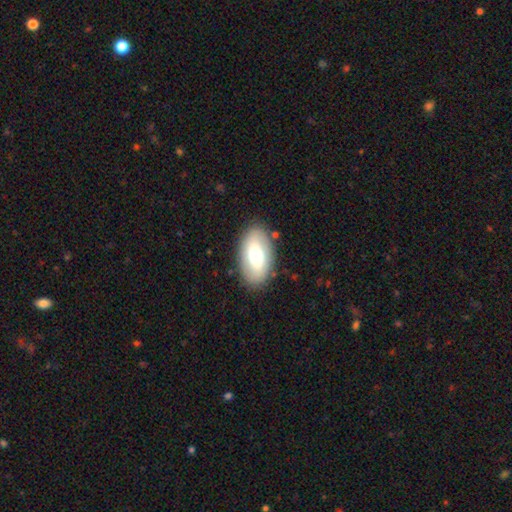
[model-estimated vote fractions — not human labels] Smooth or featured?
  - smooth: 63% *
  - featured or disk: 31%
  - star or artifact: 6%
How rounded?
  - in between: 94% *
  - round: 4%
  - cigar-shaped: 2%
Merging?
  - none: 86% *
  - minor disturbance: 10%
  - major disturbance: 3%
  - merger: 2%